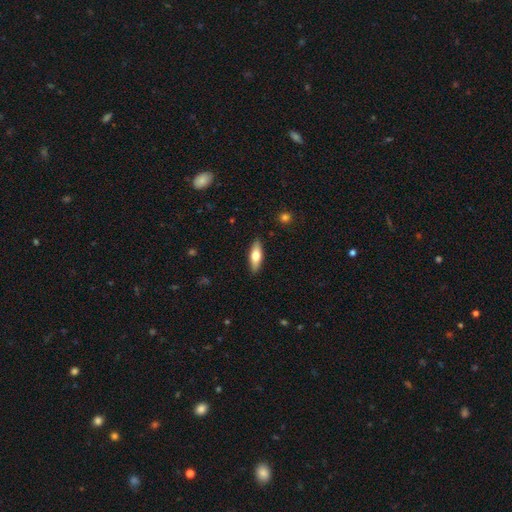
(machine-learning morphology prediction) Overall: smooth (67%; featured or disk 27%). How rounded: in between (61%; cigar-shaped 37%). Merging: none (89%).